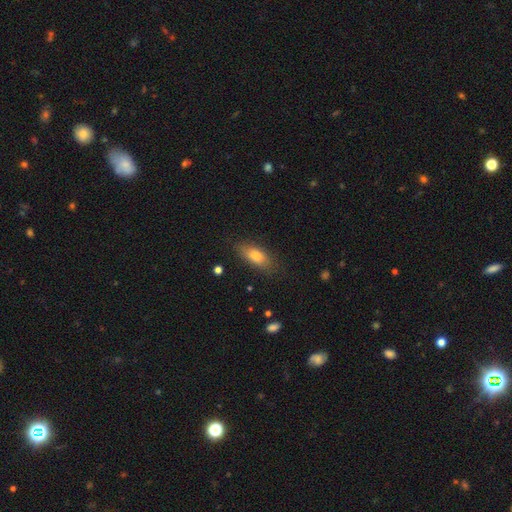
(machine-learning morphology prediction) Q: Smooth or featured?
A: smooth (78%); runner-up: featured or disk (14%)
Q: How rounded?
A: in between (79%); runner-up: cigar-shaped (17%)
Q: Merging?
A: none (81%); runner-up: minor disturbance (14%)